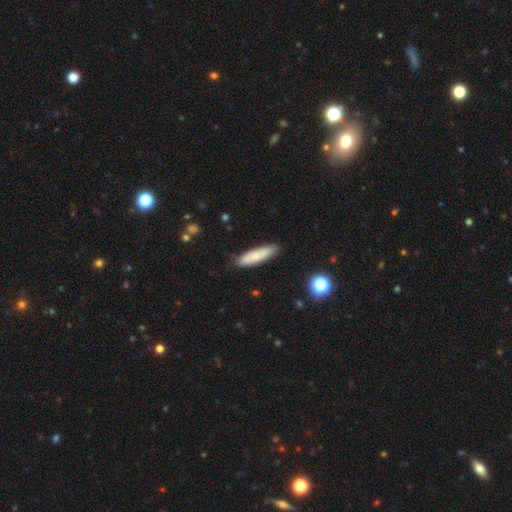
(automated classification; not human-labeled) This appears to be a smooth galaxy with no disk features (76%) that is cigar-shaped (70%). Merging: none (82%).